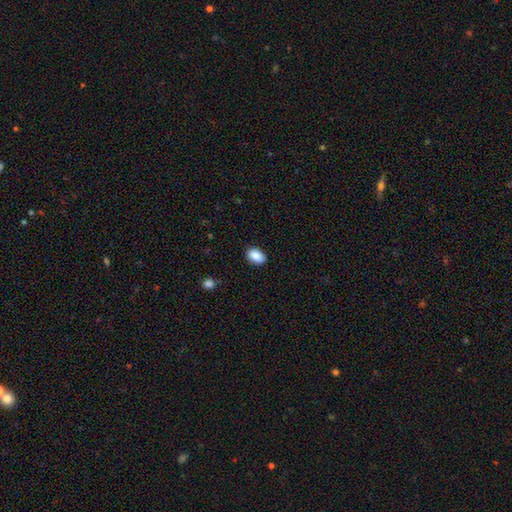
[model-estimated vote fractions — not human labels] smooth_or_featured: smooth (p=0.89) [alt: star or artifact p=0.07]
how_rounded: in between (p=0.89) [alt: round p=0.09]
merging: none (p=0.86) [alt: minor disturbance p=0.10]